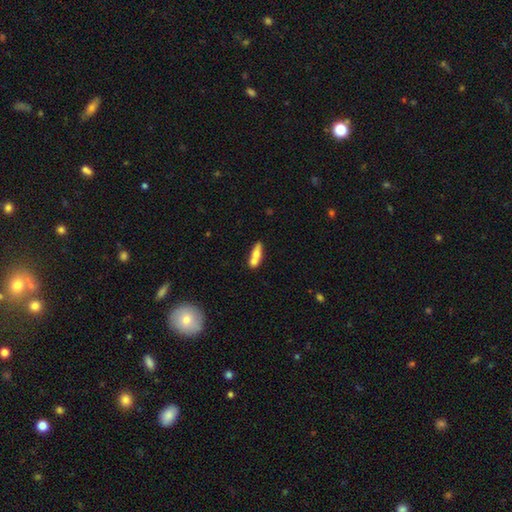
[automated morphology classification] smooth 65%, featured or disk 28%, star or artifact 7%. Down the decision tree: how rounded — cigar-shaped (56%); merging — none (42%).